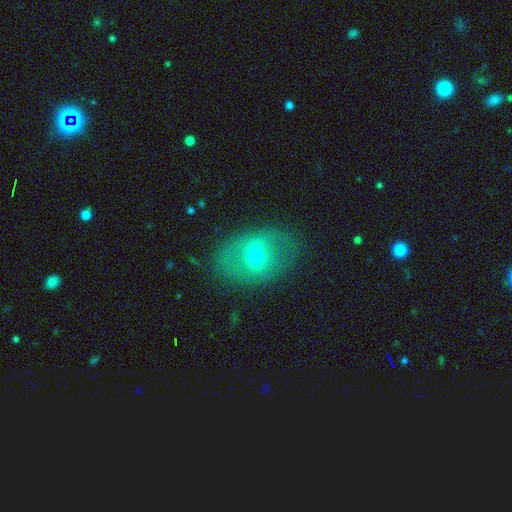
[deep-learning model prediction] This is possibly a featured or disk galaxy (47%). Merging: likely none (79%).